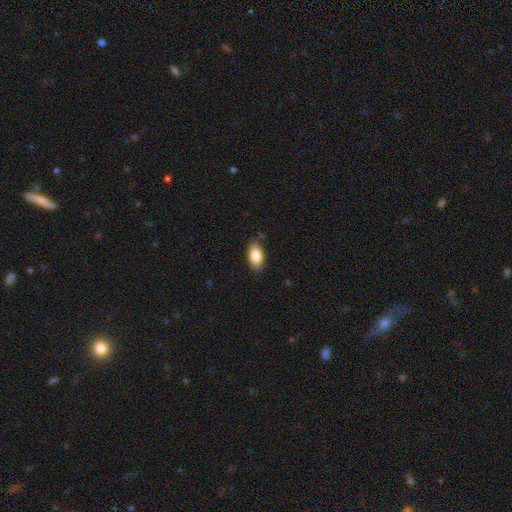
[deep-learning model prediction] Q: Smooth or featured?
A: smooth (83%); runner-up: featured or disk (10%)
Q: How rounded?
A: in between (92%); runner-up: round (5%)
Q: Merging?
A: none (84%); runner-up: minor disturbance (12%)